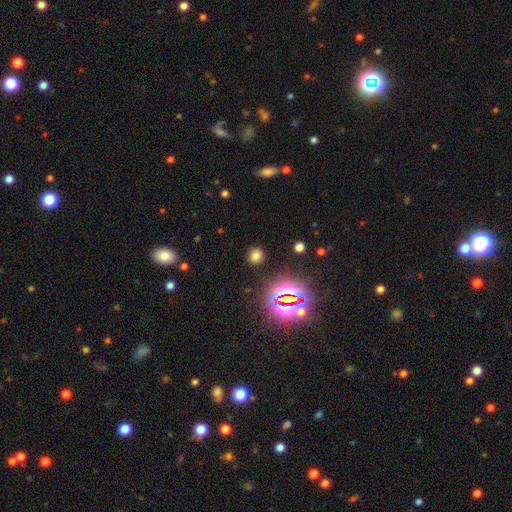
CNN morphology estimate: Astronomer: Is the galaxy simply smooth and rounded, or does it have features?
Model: smooth — 69%.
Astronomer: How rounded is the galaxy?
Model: round — 84%.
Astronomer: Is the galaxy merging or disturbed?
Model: none — 89%.